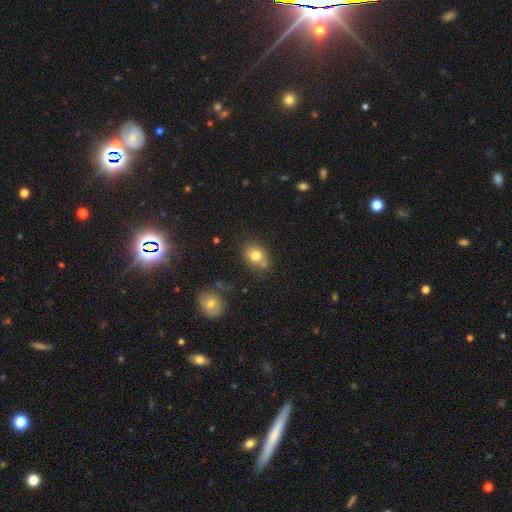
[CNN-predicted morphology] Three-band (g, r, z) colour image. It shows a smooth galaxy with no disk features (78%) that is in between round and cigar-shaped (54%). Merging: none (67%).